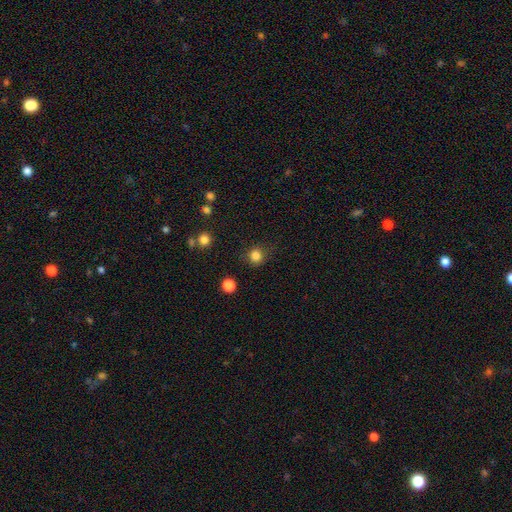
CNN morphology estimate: Overall: smooth (82%). How rounded: round (90%). Merging: none (82%).